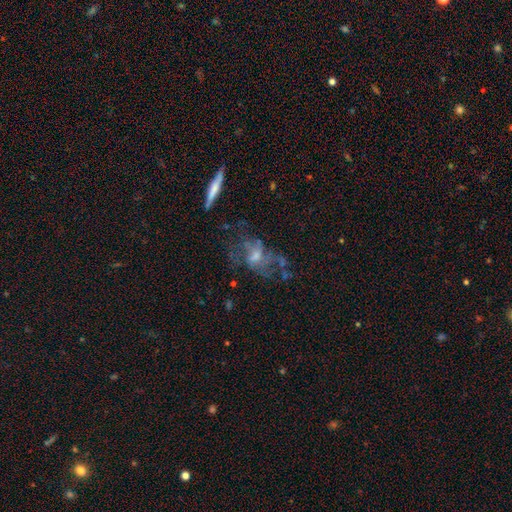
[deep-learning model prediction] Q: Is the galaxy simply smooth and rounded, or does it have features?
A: featured or disk — 60%.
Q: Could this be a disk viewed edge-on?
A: no — 90%.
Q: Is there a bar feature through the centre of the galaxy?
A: no — 67%.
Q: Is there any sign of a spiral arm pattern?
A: no — 63%.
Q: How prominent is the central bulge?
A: moderate — 41%.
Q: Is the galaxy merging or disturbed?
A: none — 42%.